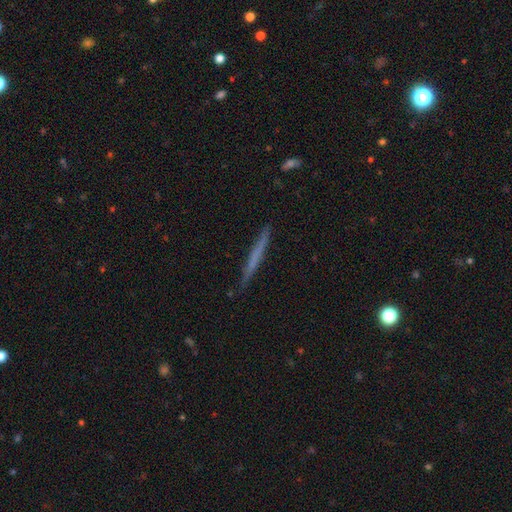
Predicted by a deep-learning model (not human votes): Q: Smooth or featured?
A: smooth (51%); runner-up: featured or disk (42%)
Q: How rounded?
A: cigar-shaped (97%); runner-up: in between (2%)
Q: Merging?
A: none (89%); runner-up: minor disturbance (8%)